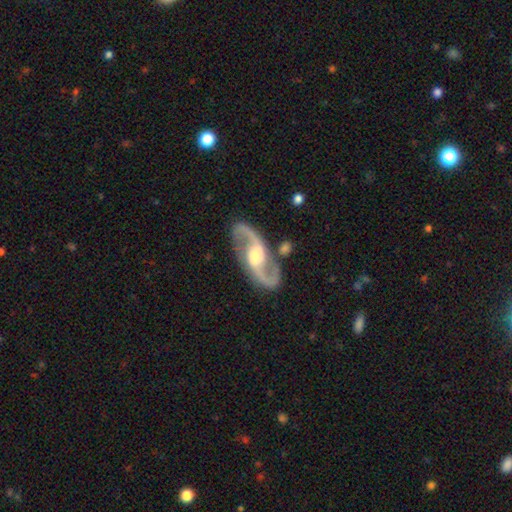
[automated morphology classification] Smooth or featured? featured or disk (92%)
Edge-on disk? no (96%)
Bar? weak (43%)
Spiral arms? yes (98%)
Spiral winding? medium (52%)
Spiral arm count? 2 (95%)
Bulge size? moderate (57%)
Merging? none (82%)